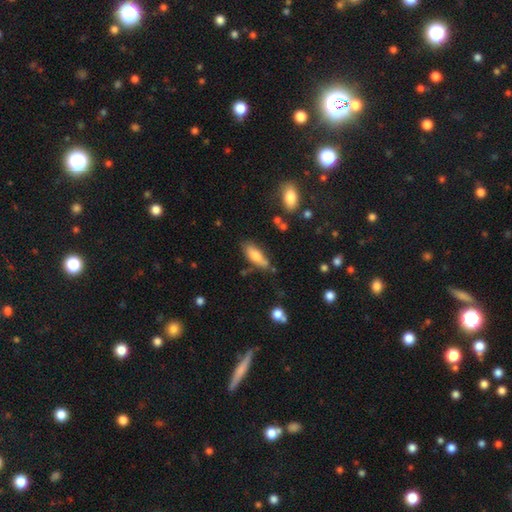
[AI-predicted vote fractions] Smooth or featured?
  - smooth: 77% *
  - featured or disk: 16%
  - star or artifact: 7%
How rounded?
  - in between: 69% *
  - cigar-shaped: 29%
  - round: 2%
Merging?
  - none: 67% *
  - minor disturbance: 21%
  - merger: 7%
  - major disturbance: 5%